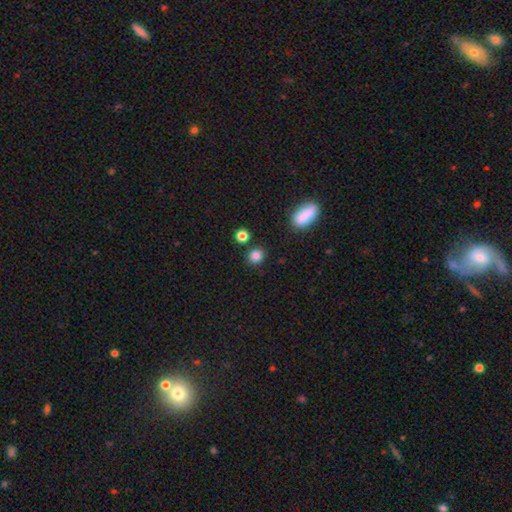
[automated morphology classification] This appears to be a smooth galaxy with no disk features (84%) that is round (79%). Merging: none (83%).